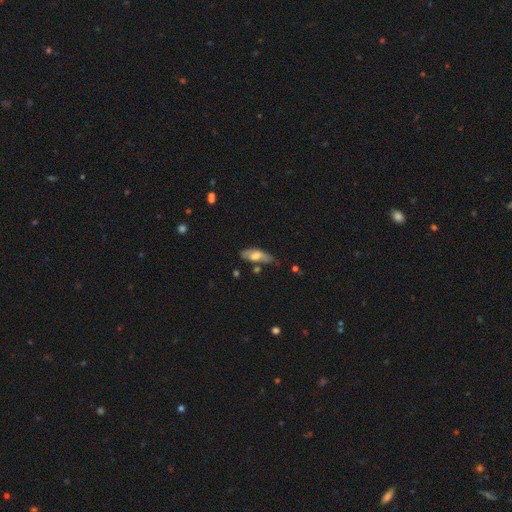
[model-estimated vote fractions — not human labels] smooth-or-featured: smooth: 58% | featured or disk: 35% | star or artifact: 7%
  how-rounded: in between: 76% | cigar-shaped: 21% | round: 3%
  merging: none: 43% | minor disturbance: 35% | major disturbance: 15% | merger: 7%